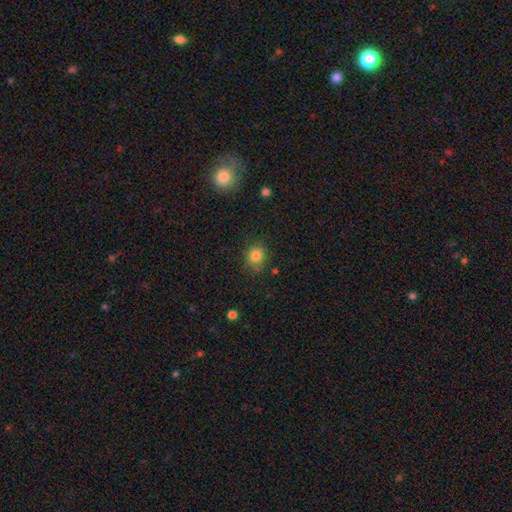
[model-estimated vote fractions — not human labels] A smooth galaxy with no disk features (82%) that is round (80%).

Vote fractions:
- Smooth or featured? smooth: 82% / star or artifact: 12% / featured or disk: 6%
- How rounded? round: 80% / in between: 19% / cigar-shaped: 1%
- Merging? none: 79% / minor disturbance: 16% / major disturbance: 4% / merger: 2%